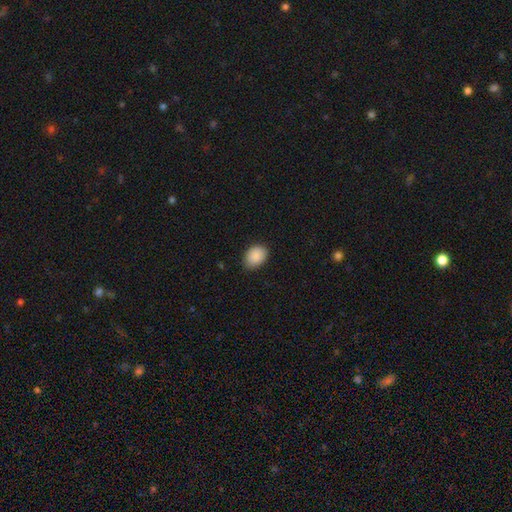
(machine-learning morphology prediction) A smooth galaxy with no disk features (90%) that is in between round and cigar-shaped (71%).

Vote fractions:
- Smooth or featured? smooth: 90% / star or artifact: 7% / featured or disk: 3%
- How rounded? in between: 71% / round: 28% / cigar-shaped: 1%
- Merging? none: 83% / minor disturbance: 14% / major disturbance: 2% / merger: 1%